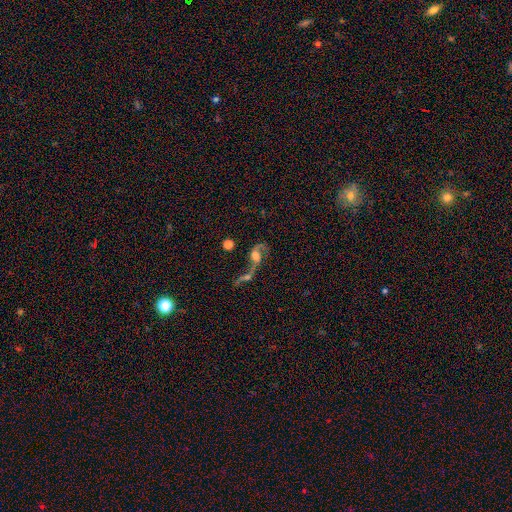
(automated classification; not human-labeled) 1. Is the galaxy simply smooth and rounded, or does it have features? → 65% featured or disk, 23% smooth, 12% star or artifact.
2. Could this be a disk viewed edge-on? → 94% no, 6% yes.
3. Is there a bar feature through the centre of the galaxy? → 59% no, 31% weak, 10% strong.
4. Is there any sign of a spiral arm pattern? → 80% yes, 20% no.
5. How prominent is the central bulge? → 43% moderate, 29% large, 15% small, 9% none, 4% dominant.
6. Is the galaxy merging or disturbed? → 60% merger, 17% none, 16% major disturbance, 7% minor disturbance.